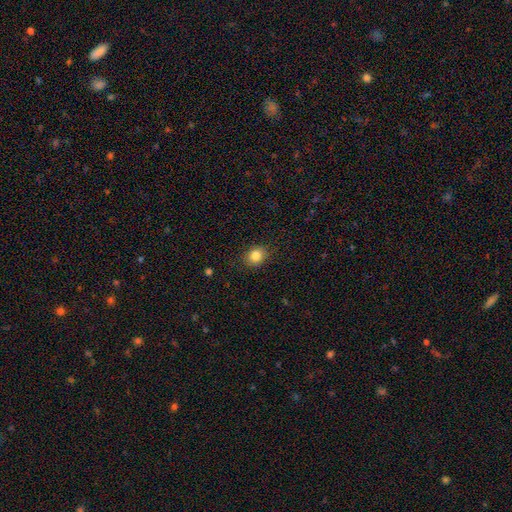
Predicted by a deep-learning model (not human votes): A smooth galaxy with no disk features (84%) that is round (62%).

Vote fractions:
- Smooth or featured? smooth: 84% / star or artifact: 10% / featured or disk: 6%
- How rounded? round: 62% / in between: 37% / cigar-shaped: 1%
- Merging? none: 87% / minor disturbance: 9% / major disturbance: 3% / merger: 1%